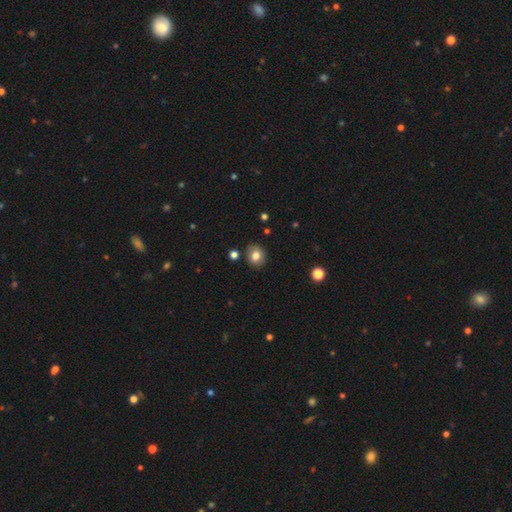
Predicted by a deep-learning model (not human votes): Q: Smooth or featured?
A: smooth (80%); runner-up: star or artifact (11%)
Q: How rounded?
A: round (72%); runner-up: in between (27%)
Q: Merging?
A: none (86%); runner-up: minor disturbance (9%)